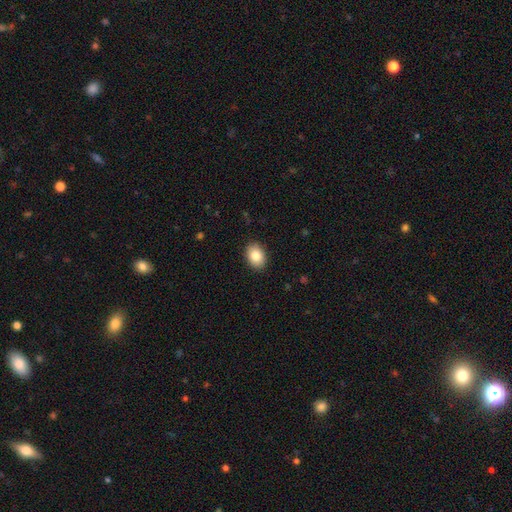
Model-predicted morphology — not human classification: smooth_or_featured: smooth (p=0.85) [alt: star or artifact p=0.08]
how_rounded: in between (p=0.77) [alt: round p=0.22]
merging: none (p=0.90) [alt: minor disturbance p=0.08]